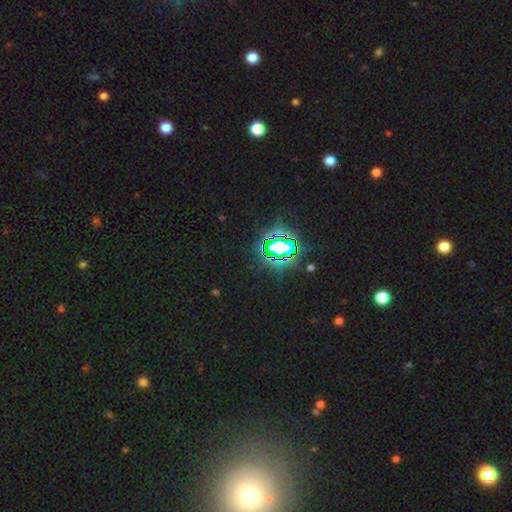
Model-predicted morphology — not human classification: Smooth or featured: star or artifact — 75% (smooth — 15%)